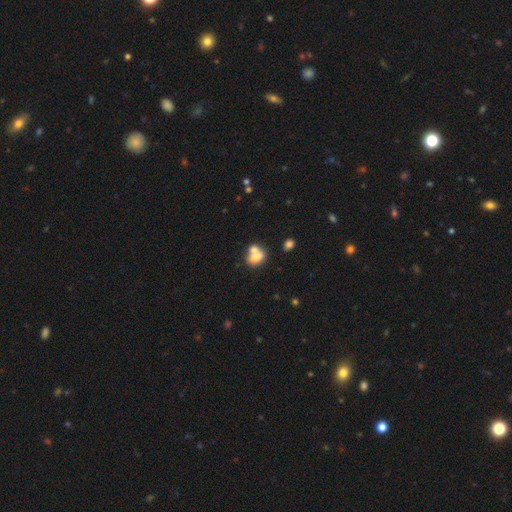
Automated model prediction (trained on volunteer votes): Q: Smooth or featured?
A: smooth (71%); runner-up: featured or disk (20%)
Q: How rounded?
A: in between (65%); runner-up: round (33%)
Q: Merging?
A: merger (55%); runner-up: none (30%)